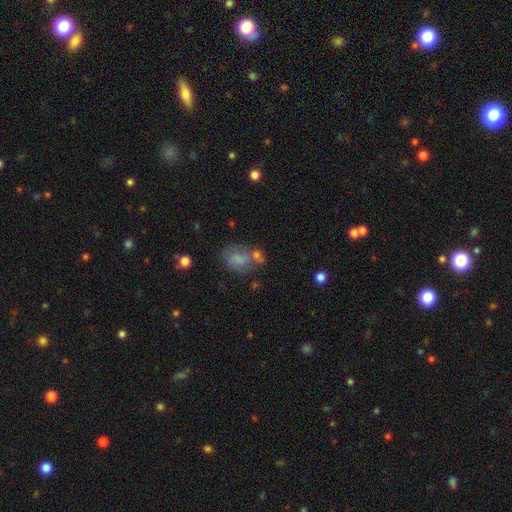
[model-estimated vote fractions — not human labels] Smooth or featured: smooth — 58% (featured or disk — 26%)
How rounded: in between — 68% (round — 30%)
Merging: none — 50% (minor disturbance — 20%)